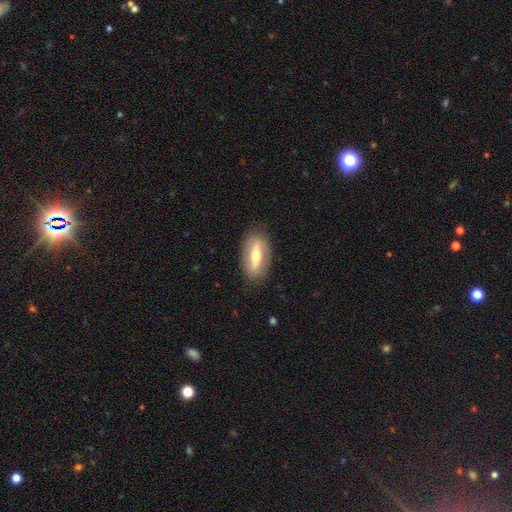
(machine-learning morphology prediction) Q: Smooth or featured?
A: featured or disk (51%); runner-up: smooth (43%)
Q: Edge-on disk?
A: no (70%); runner-up: yes (30%)
Q: Merging?
A: none (85%); runner-up: minor disturbance (11%)